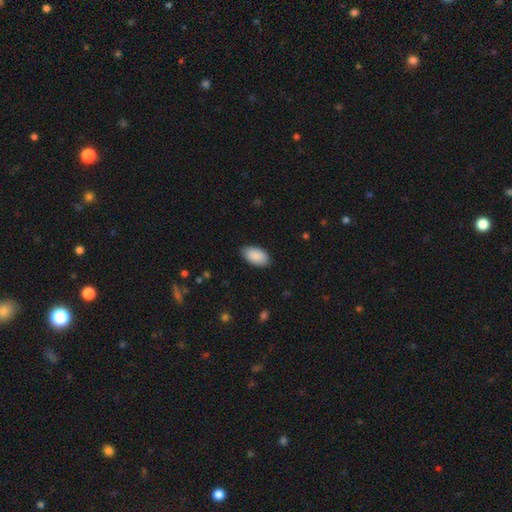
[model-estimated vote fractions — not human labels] The model was most divided on "merging": none: 82%, minor disturbance: 14%, major disturbance: 2%, merger: 1%. More confident: how rounded — in between (96%); smooth or featured — smooth (90%).